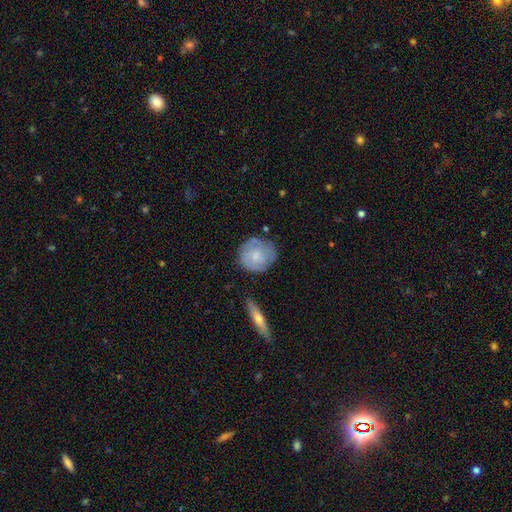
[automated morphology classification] Smooth or featured? featured or disk (50%)
Merging? none (75%)